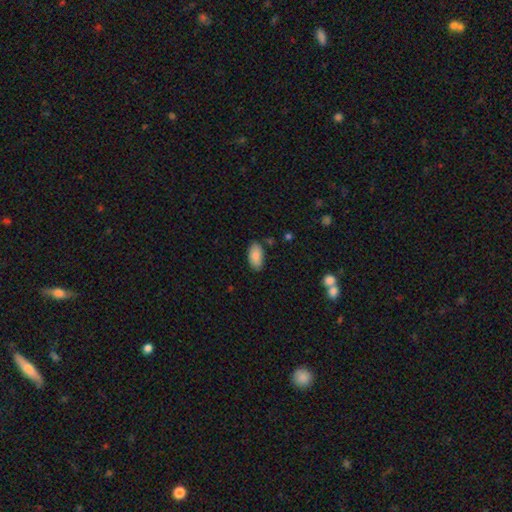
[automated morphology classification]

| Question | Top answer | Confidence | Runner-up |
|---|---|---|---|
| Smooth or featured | smooth | 88% | star or artifact (7%) |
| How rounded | in between | 94% | cigar-shaped (4%) |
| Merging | none | 82% | minor disturbance (13%) |